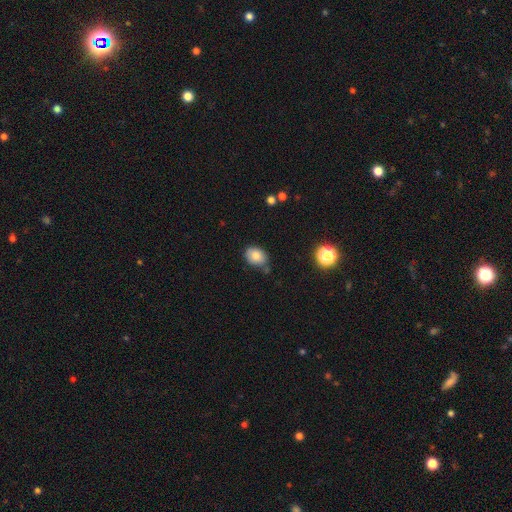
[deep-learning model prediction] Smooth or featured: smooth — 79% (star or artifact — 10%)
How rounded: in between — 62% (round — 37%)
Merging: none — 67% (minor disturbance — 23%)